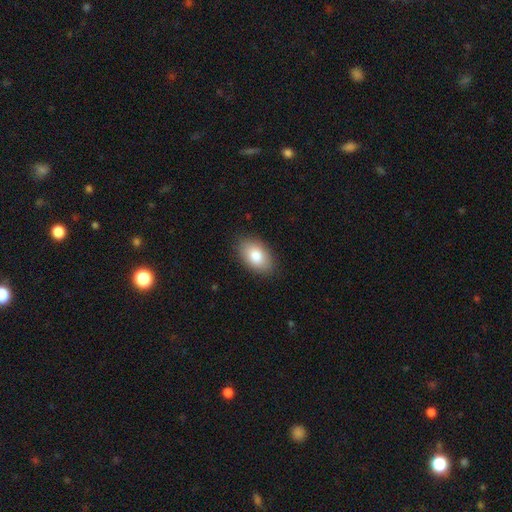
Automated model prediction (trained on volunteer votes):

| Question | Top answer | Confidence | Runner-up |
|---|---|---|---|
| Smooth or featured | smooth | 83% | featured or disk (10%) |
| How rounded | in between | 93% | round (6%) |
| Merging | none | 87% | minor disturbance (10%) |